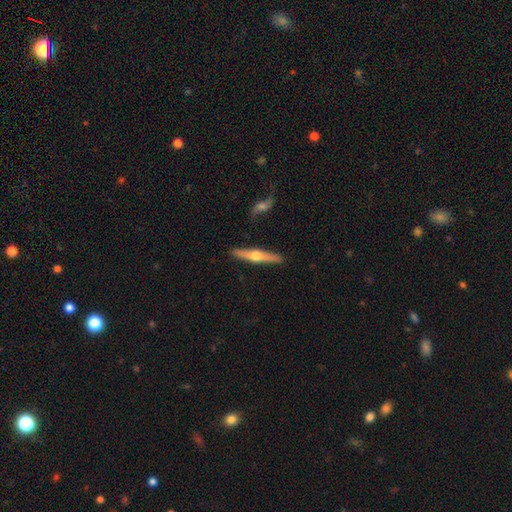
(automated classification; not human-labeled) A featured or disk galaxy (66%) viewed edge-on (96%) with a rounded central bulge (94%). Merging: none (90%).